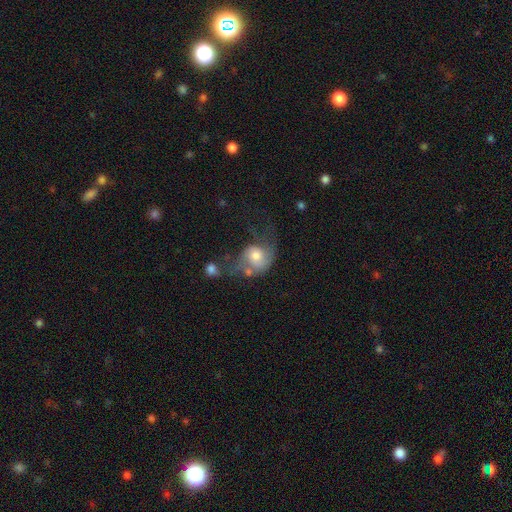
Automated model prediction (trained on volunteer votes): Smooth or featured? smooth (49%)
Merging? major disturbance (39%)